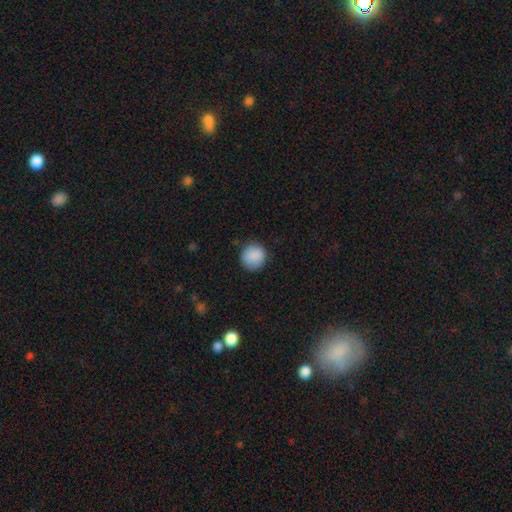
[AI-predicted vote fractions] Q: Smooth or featured?
A: smooth (88%); runner-up: star or artifact (8%)
Q: How rounded?
A: round (90%); runner-up: in between (9%)
Q: Merging?
A: none (83%); runner-up: minor disturbance (12%)